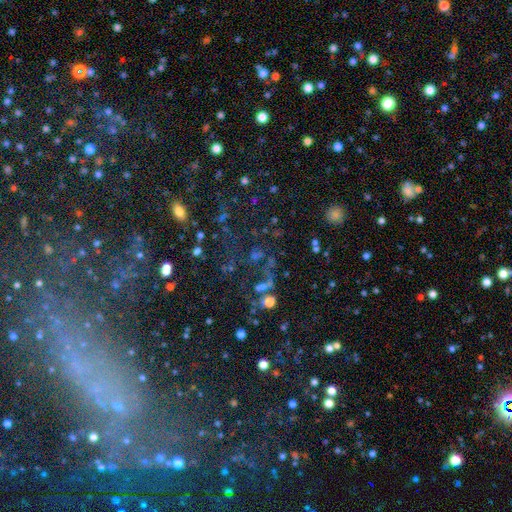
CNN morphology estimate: This appears to be a star or artifact, not a galaxy (54%).